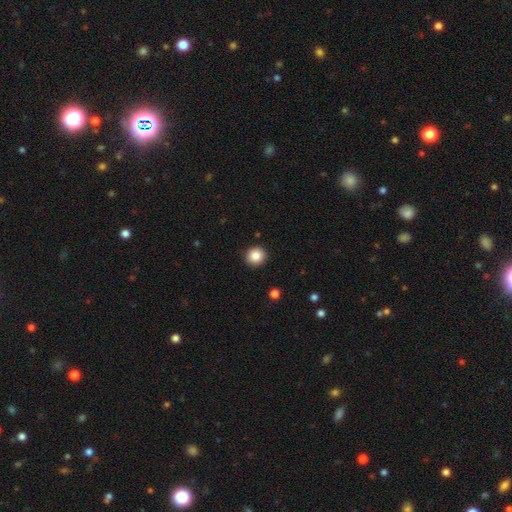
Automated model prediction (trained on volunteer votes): smooth 86%, star or artifact 9%, featured or disk 5%. Down the decision tree: how rounded — round (91%); merging — none (92%).